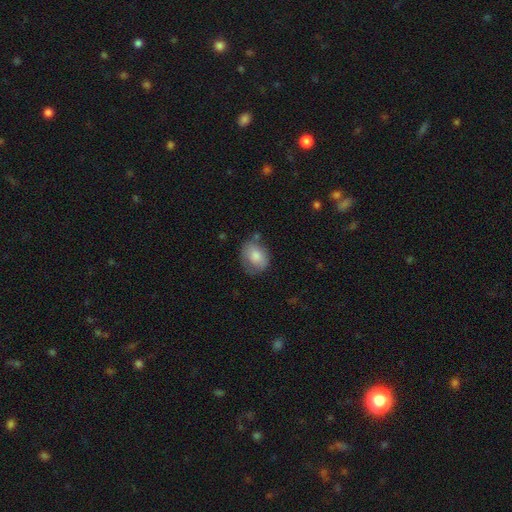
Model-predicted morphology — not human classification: Smooth or featured?
  - smooth: 74% *
  - featured or disk: 18%
  - star or artifact: 8%
How rounded?
  - in between: 52% *
  - round: 47%
  - cigar-shaped: 1%
Merging?
  - none: 62% *
  - minor disturbance: 26%
  - major disturbance: 8%
  - merger: 4%